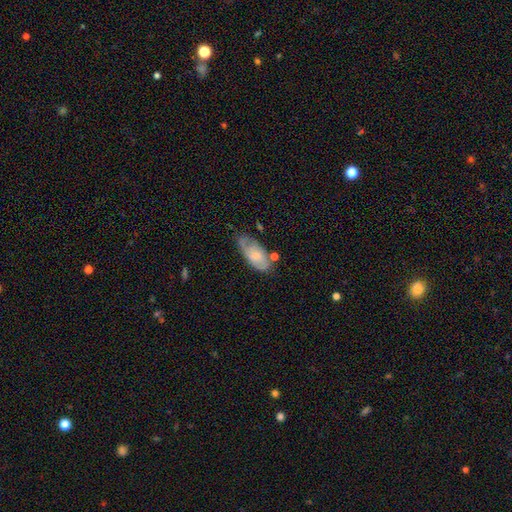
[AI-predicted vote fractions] This is possibly a smooth galaxy (51%). How rounded: clearly in between (88%). Merging: possibly none (48%).